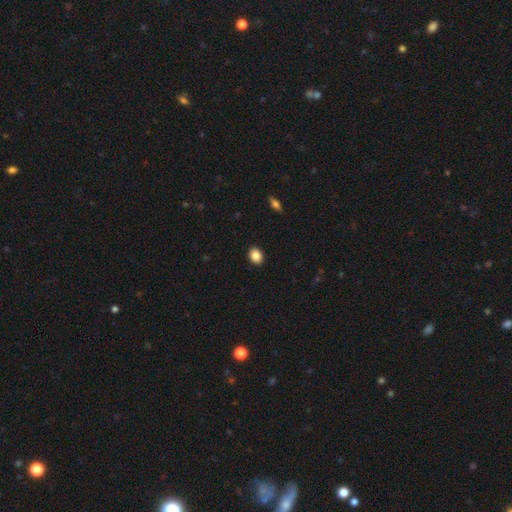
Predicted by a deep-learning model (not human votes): A smooth galaxy with no disk features (87%) that is in between round and cigar-shaped (63%).

Vote fractions:
- Smooth or featured? smooth: 87% / star or artifact: 8% / featured or disk: 4%
- How rounded? in between: 63% / round: 36% / cigar-shaped: 1%
- Merging? none: 91% / minor disturbance: 7% / major disturbance: 2% / merger: 1%